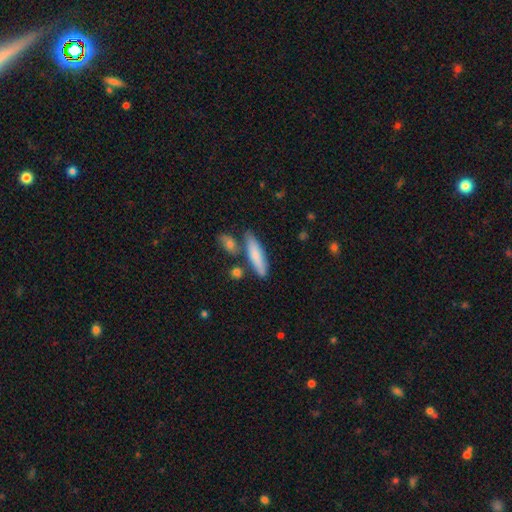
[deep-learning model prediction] smooth-or-featured: smooth: 77% | featured or disk: 17% | star or artifact: 6%
  how-rounded: cigar-shaped: 72% | in between: 25% | round: 2%
  merging: none: 74% | minor disturbance: 14% | merger: 9% | major disturbance: 3%